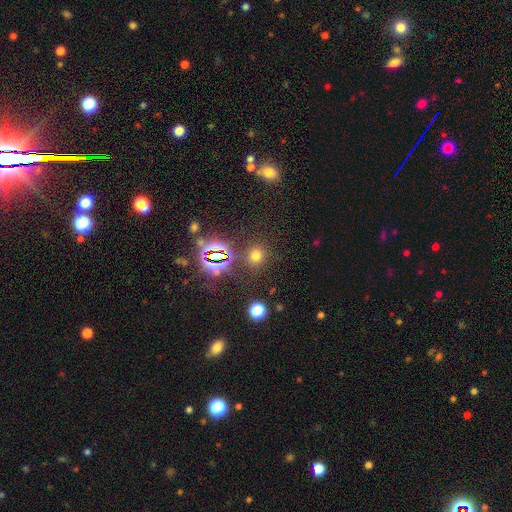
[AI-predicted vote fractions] This appears to be a smooth galaxy with no disk features (63%) that is round (87%). Merging: none (84%).